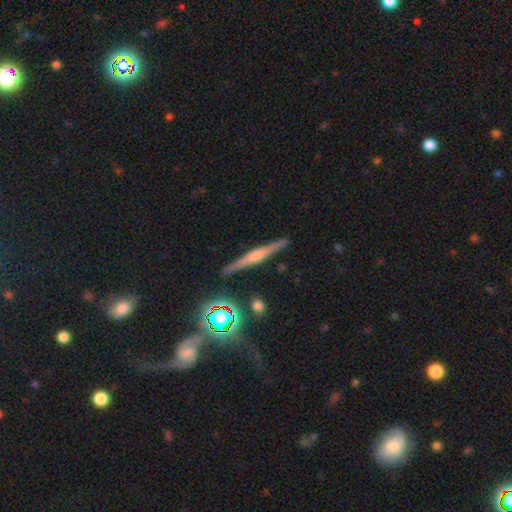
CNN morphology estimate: This appears to be a featured or disk galaxy (72%) viewed edge-on (98%) with a rounded central bulge (72%). Merging: none (90%).